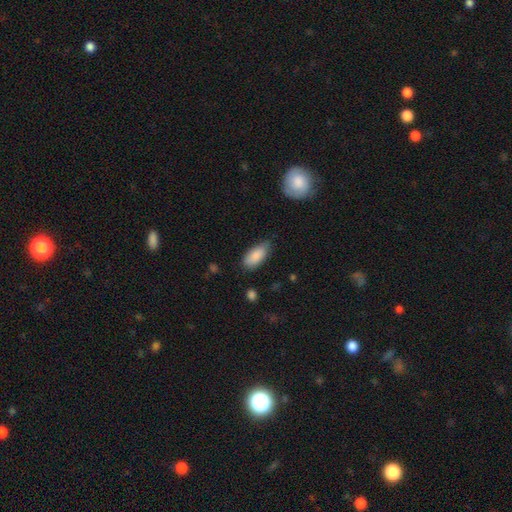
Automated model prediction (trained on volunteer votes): Overall: smooth (87%). How rounded: in between (88%). Merging: none (68%).